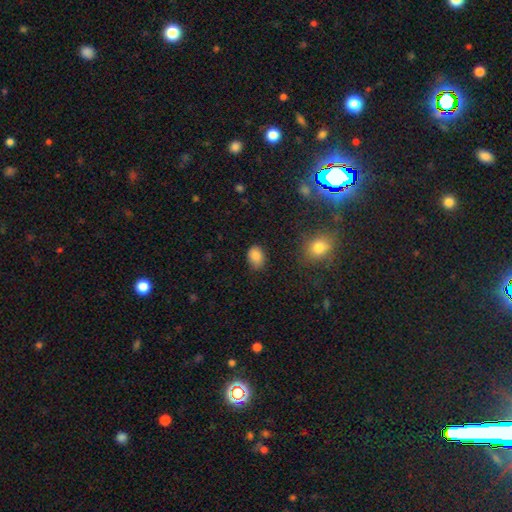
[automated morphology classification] smooth-or-featured: smooth: 86% | star or artifact: 9% | featured or disk: 5%
  how-rounded: in between: 78% | round: 21% | cigar-shaped: 1%
  merging: none: 77% | minor disturbance: 18% | major disturbance: 4% | merger: 2%